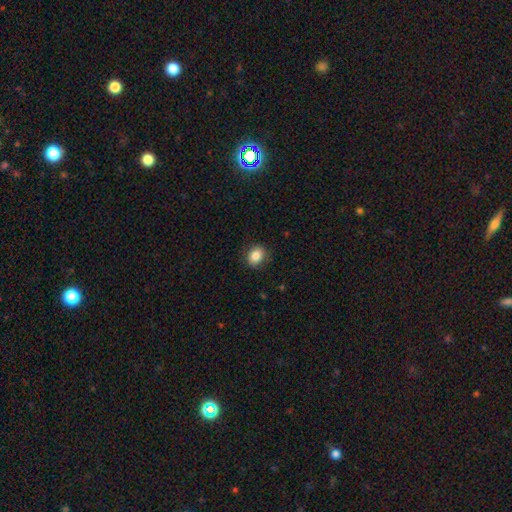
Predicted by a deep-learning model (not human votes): This is clearly a smooth galaxy (86%). How rounded: possibly round (54%). Merging: clearly none (86%).